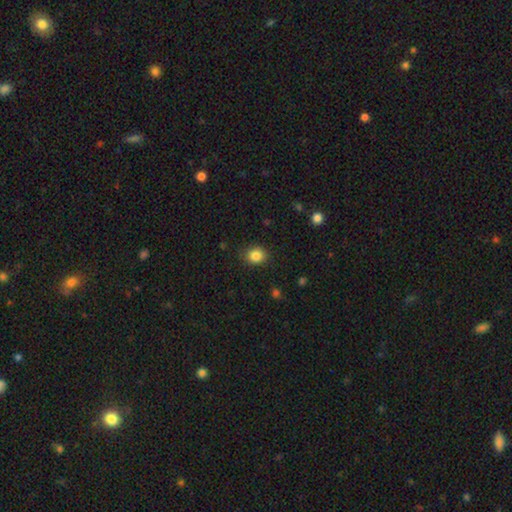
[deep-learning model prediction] Morphology: type=smooth (85%); roundness=round (71%); merging=none (86%).